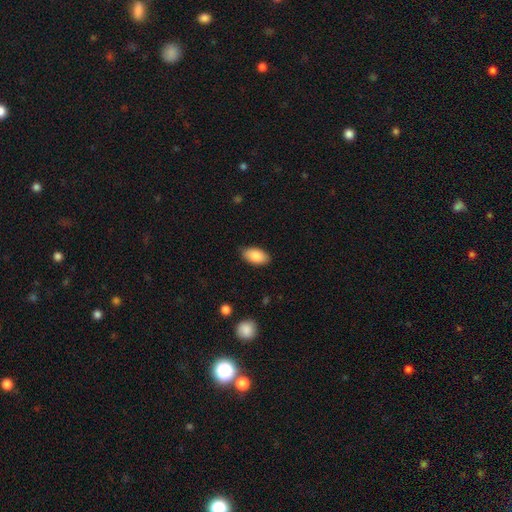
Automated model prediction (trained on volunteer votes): smooth-or-featured: smooth: 88% | star or artifact: 6% | featured or disk: 6%
  how-rounded: in between: 95% | round: 3% | cigar-shaped: 2%
  merging: none: 86% | minor disturbance: 11% | major disturbance: 2% | merger: 1%